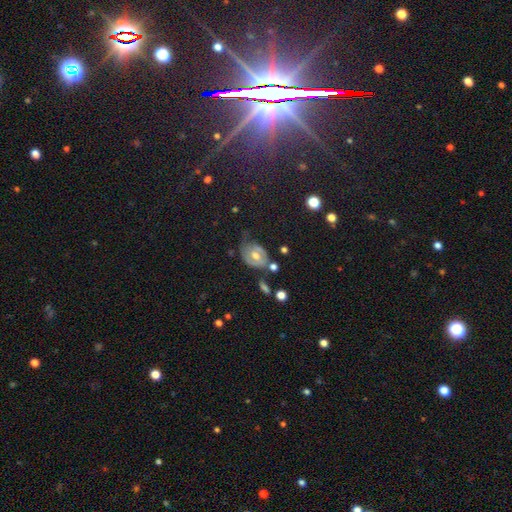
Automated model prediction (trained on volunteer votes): Morphology: type=featured or disk (60%); edge-on=no (95%); bar=no (52%); spiral arms=yes (69%); bulge=moderate (74%); merging=none (51%).